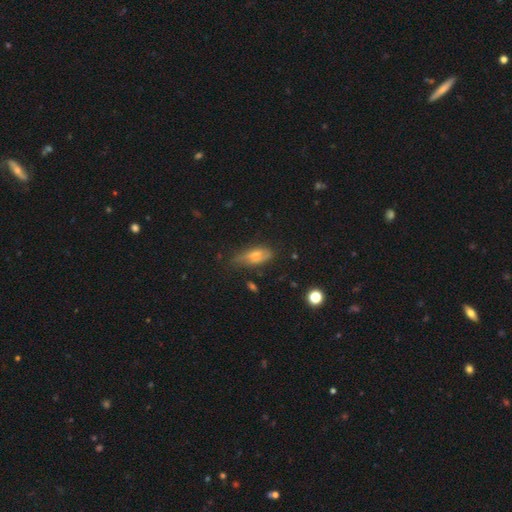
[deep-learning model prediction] smooth 63%, featured or disk 27%, star or artifact 10%. Down the decision tree: how rounded — in between (74%); merging — none (52%).